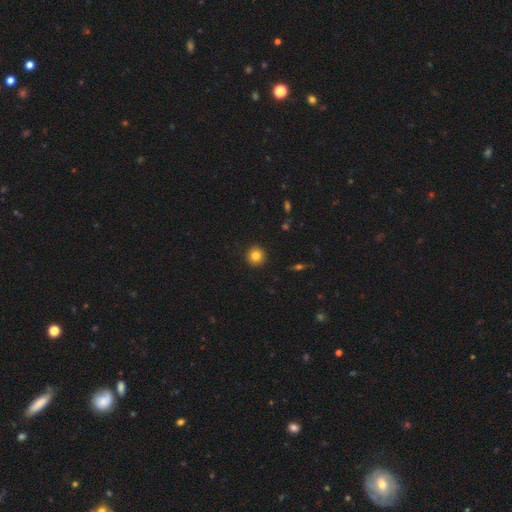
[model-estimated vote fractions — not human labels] Smooth or featured? Predicted: smooth (p=0.83). How rounded? Predicted: round (p=0.94). Merging? Predicted: none (p=0.92).